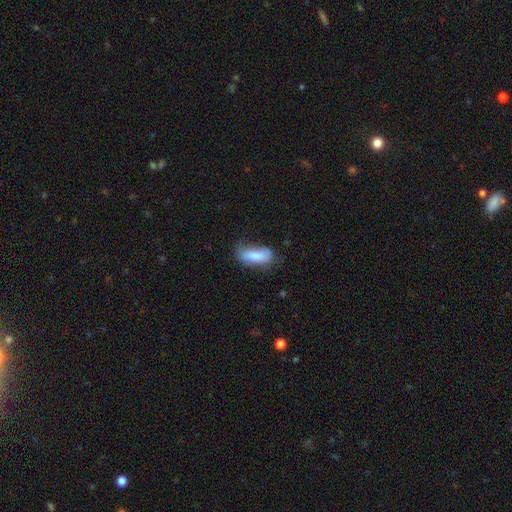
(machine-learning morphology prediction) Smooth or featured? Predicted: smooth (p=0.76). How rounded? Predicted: in between (p=0.73). Merging? Predicted: none (p=0.56).